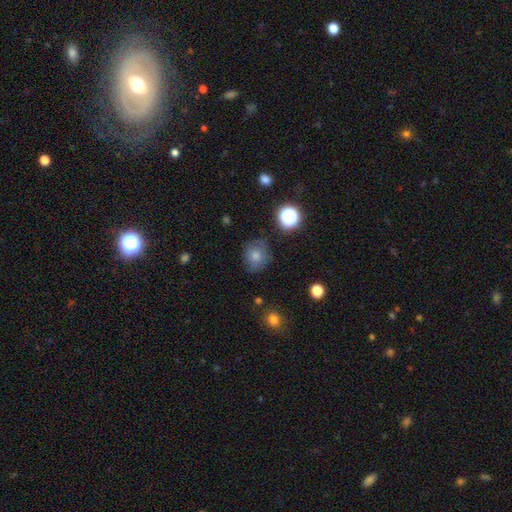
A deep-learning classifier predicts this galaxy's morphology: Smooth or featured: smooth — 74% (star or artifact — 13%)
How rounded: round — 79% (in between — 20%)
Merging: none — 74% (minor disturbance — 18%)